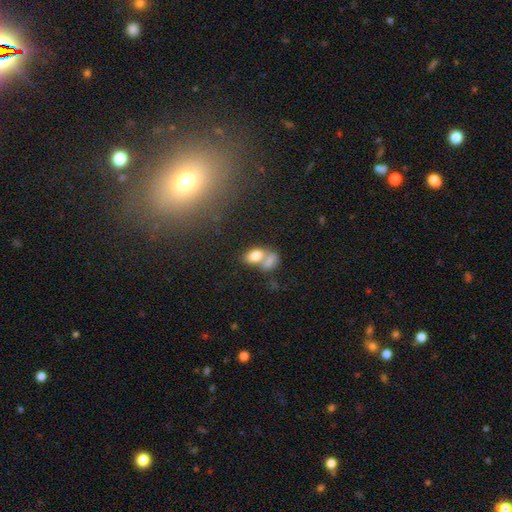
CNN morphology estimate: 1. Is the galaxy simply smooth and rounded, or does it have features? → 76% smooth, 15% featured or disk, 9% star or artifact.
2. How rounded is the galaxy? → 87% in between, 11% round, 2% cigar-shaped.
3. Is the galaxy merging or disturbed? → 62% merger, 24% none, 9% minor disturbance, 6% major disturbance.